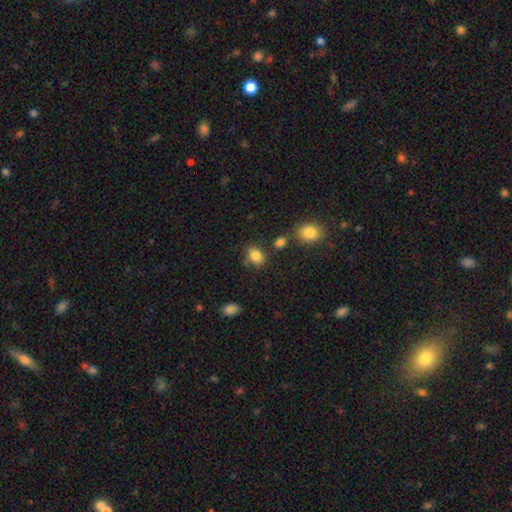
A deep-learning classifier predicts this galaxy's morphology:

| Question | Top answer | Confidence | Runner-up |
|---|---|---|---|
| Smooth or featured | smooth | 84% | star or artifact (10%) |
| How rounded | in between | 54% | round (45%) |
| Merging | none | 69% | minor disturbance (19%) |